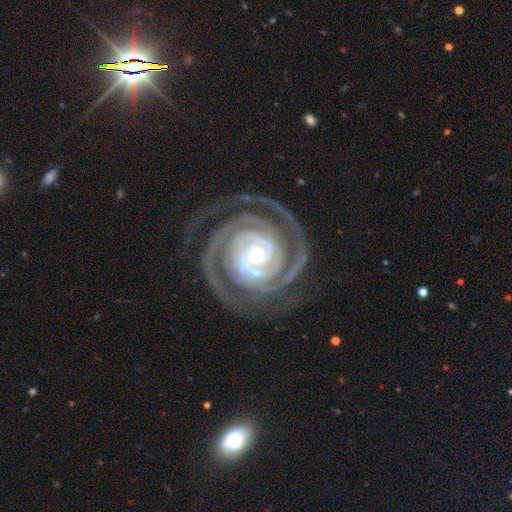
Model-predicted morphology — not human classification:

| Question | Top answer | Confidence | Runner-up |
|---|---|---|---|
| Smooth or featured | featured or disk | 93% | star or artifact (4%) |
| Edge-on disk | no | 98% | yes (2%) |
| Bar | no | 59% | weak (22%) |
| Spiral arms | yes | 99% | no (1%) |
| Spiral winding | tight | 81% | medium (17%) |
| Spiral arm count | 2 | 69% | 3 (13%) |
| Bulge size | small | 60% | moderate (34%) |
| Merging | none | 77% | minor disturbance (12%) |